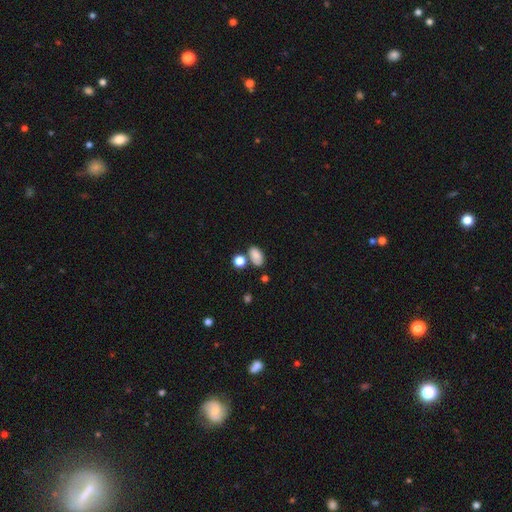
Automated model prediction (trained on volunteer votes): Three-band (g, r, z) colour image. It shows a smooth galaxy with no disk features (82%) that is in between round and cigar-shaped (89%). Merging: none (61%).